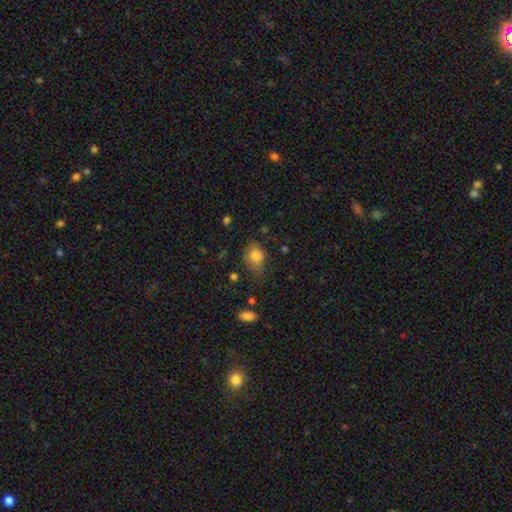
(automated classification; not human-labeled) smooth-or-featured: smooth: 80% | star or artifact: 10% | featured or disk: 10%
  how-rounded: in between: 57% | round: 41% | cigar-shaped: 1%
  merging: none: 51% | minor disturbance: 33% | major disturbance: 13% | merger: 3%